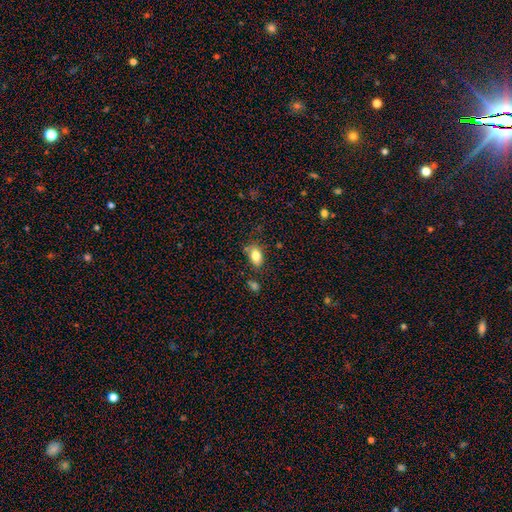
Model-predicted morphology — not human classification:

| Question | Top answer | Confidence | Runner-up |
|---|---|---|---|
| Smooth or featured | smooth | 81% | featured or disk (10%) |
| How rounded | in between | 85% | round (12%) |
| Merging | none | 71% | minor disturbance (19%) |